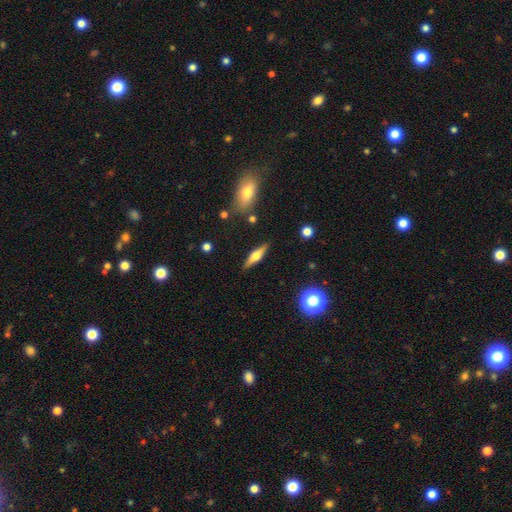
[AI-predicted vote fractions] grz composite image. It shows a featured or disk galaxy (57%) viewed edge-on (94%) with a rounded central bulge (90%). Merging: none (87%).